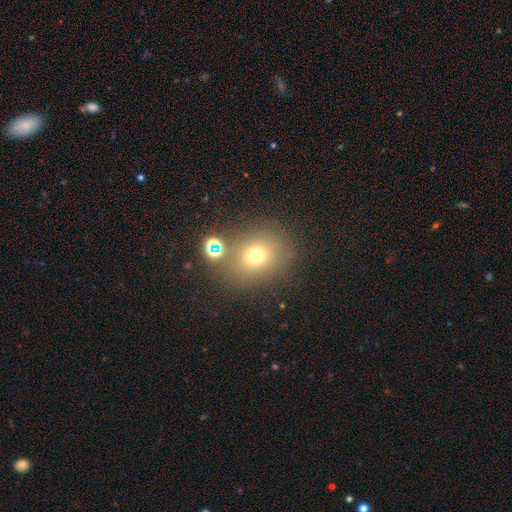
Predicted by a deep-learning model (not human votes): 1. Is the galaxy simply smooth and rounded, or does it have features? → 68% smooth, 20% star or artifact, 13% featured or disk.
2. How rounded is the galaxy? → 64% round, 35% in between, 1% cigar-shaped.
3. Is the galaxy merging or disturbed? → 75% none, 11% minor disturbance, 9% merger, 5% major disturbance.